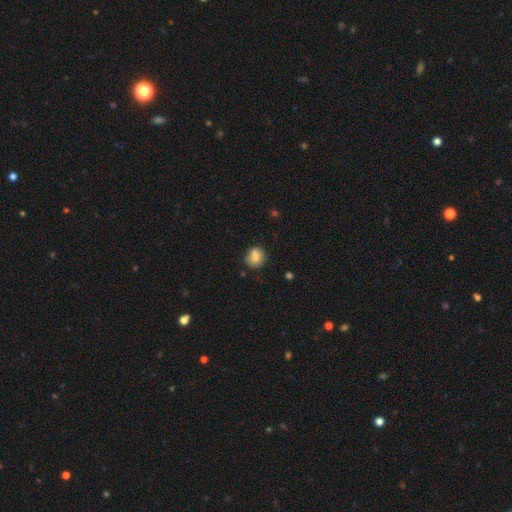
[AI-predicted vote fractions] Morphology: type=smooth (77%); roundness=round (69%); merging=none (62%).